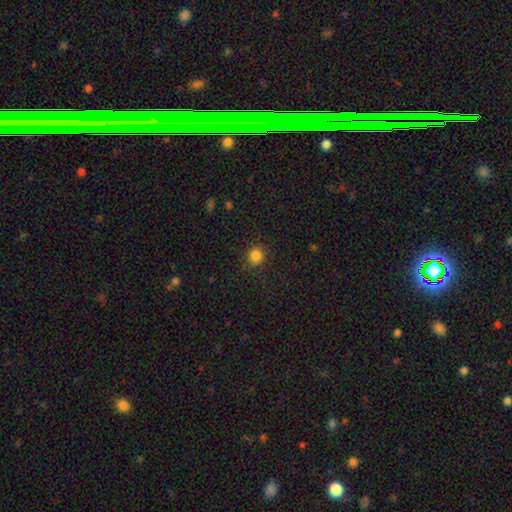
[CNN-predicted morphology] smooth 84%, star or artifact 12%, featured or disk 4%. Down the decision tree: how rounded — round (87%); merging — none (89%).